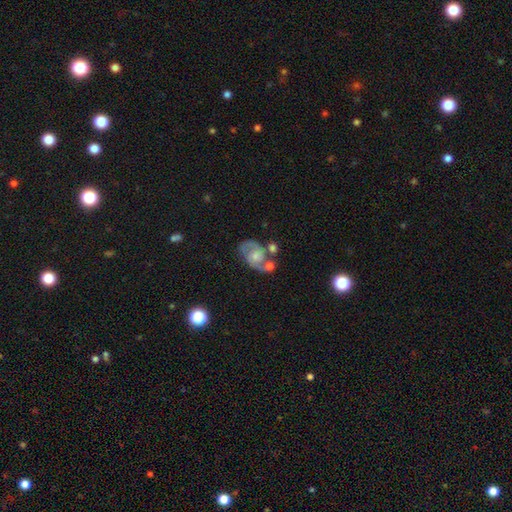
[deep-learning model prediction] smooth-or-featured: featured or disk: 72% | smooth: 21% | star or artifact: 7%
  disk-edge-on: no: 97% | yes: 3%
    bar: no: 66% | weak: 28% | strong: 5%
    has-spiral-arms: yes: 87% | no: 13%
      spiral-winding: medium: 53% | loose: 25% | tight: 23%
      spiral-arm-count: 2: 86% | can't tell: 7% | 1: 4% | 3: 1% | 4: 1% | more than 4: 1%
    bulge-size: moderate: 47% | small: 39% | large: 6% | none: 6% | dominant: 2%
  merging: none: 47% | merger: 24% | minor disturbance: 18% | major disturbance: 10%